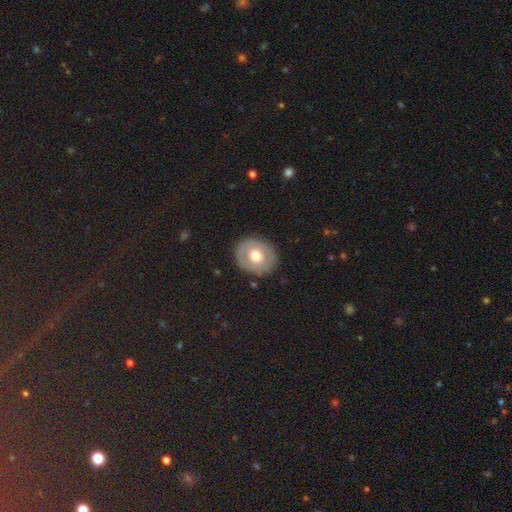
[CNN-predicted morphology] Overall: smooth (54%; featured or disk 39%). How rounded: round (71%). Merging: none (86%).